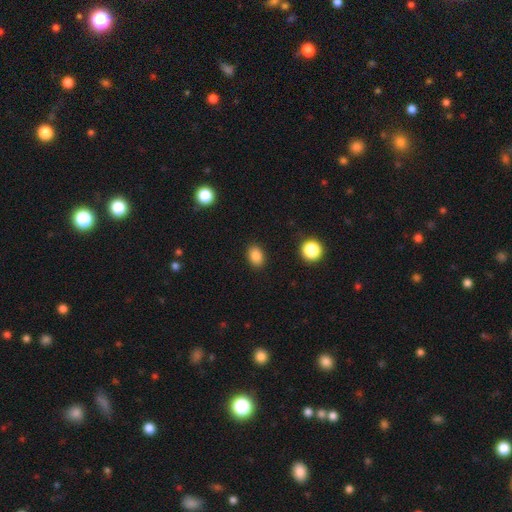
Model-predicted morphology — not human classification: type=smooth (86%); roundness=in between (73%); merging=none (89%).